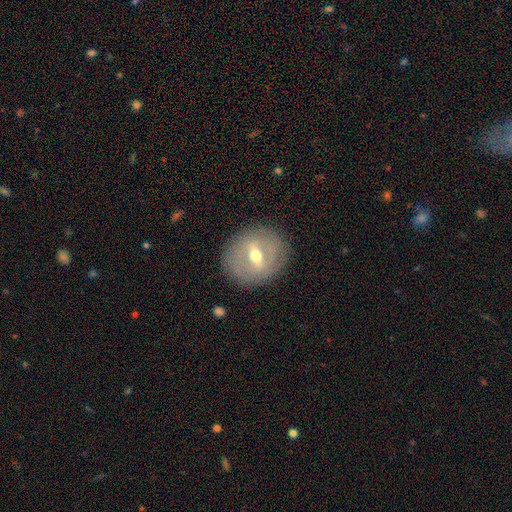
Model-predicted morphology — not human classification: featured or disk 66%, smooth 26%, star or artifact 7%. Down the decision tree: edge-on disk — no (87%); bar — weak (44%, tied with strong); spiral arms — no (68%); bulge size — moderate (73%); merging — none (84%).